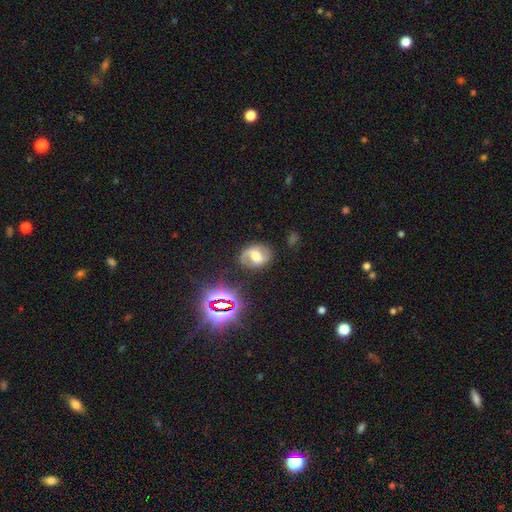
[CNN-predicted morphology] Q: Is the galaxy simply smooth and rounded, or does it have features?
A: featured or disk — 64%.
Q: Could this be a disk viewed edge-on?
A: no — 96%.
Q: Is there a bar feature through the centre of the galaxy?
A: weak — 43%.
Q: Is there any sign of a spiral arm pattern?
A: yes — 84%.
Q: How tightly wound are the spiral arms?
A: medium — 45%.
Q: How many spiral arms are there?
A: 2 — 83%.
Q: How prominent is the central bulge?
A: moderate — 59%.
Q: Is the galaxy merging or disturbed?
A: none — 76%.